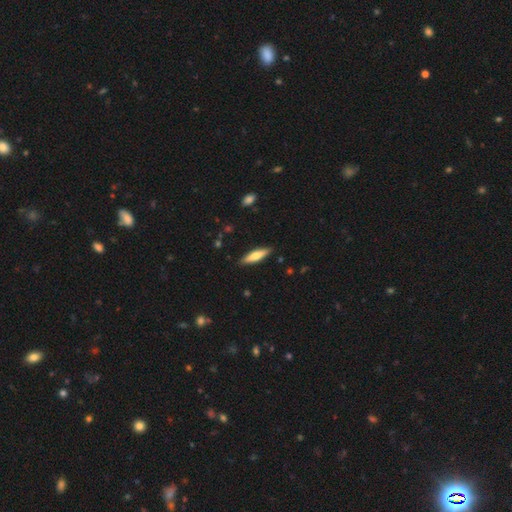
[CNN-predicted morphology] Smooth or featured? smooth (63%)
How rounded? cigar-shaped (71%)
Merging? none (88%)